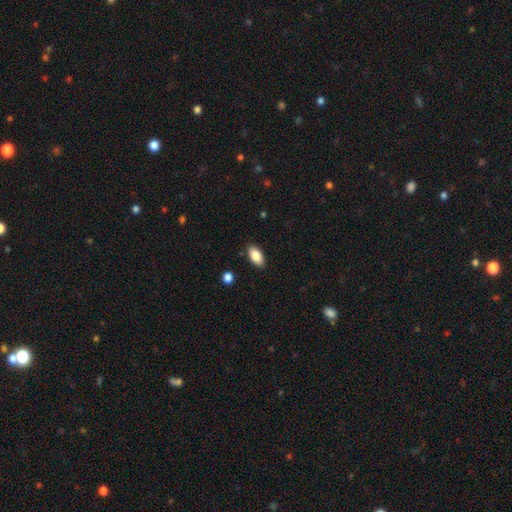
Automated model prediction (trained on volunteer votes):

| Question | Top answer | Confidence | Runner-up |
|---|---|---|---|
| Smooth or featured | smooth | 86% | featured or disk (7%) |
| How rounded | in between | 93% | cigar-shaped (4%) |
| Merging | none | 87% | minor disturbance (9%) |